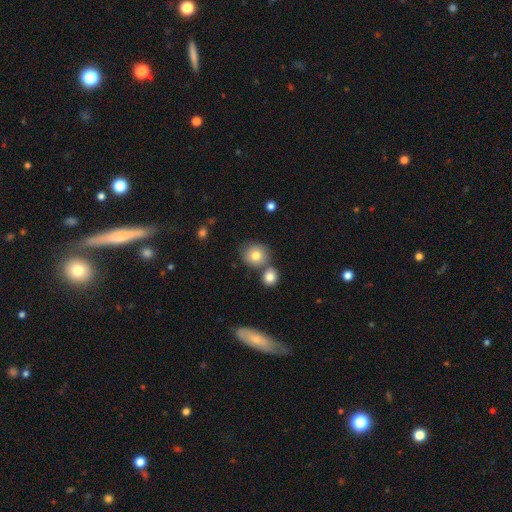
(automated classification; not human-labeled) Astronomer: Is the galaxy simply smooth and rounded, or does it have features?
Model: smooth — 79%.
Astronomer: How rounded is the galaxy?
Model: round — 83%.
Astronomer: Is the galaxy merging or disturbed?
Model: none — 62%.